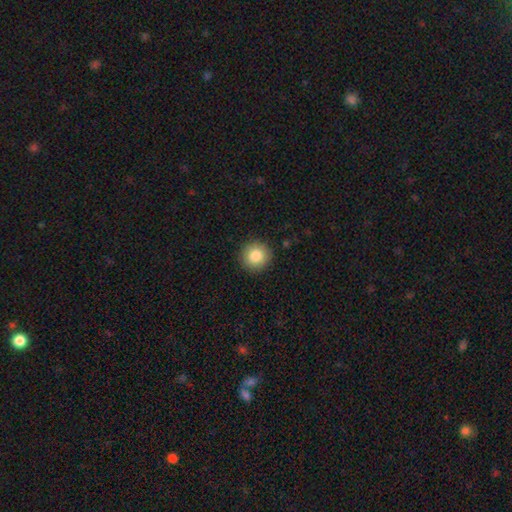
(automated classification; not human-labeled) This is clearly a smooth galaxy (84%). How rounded: clearly round (93%). Merging: clearly none (91%).